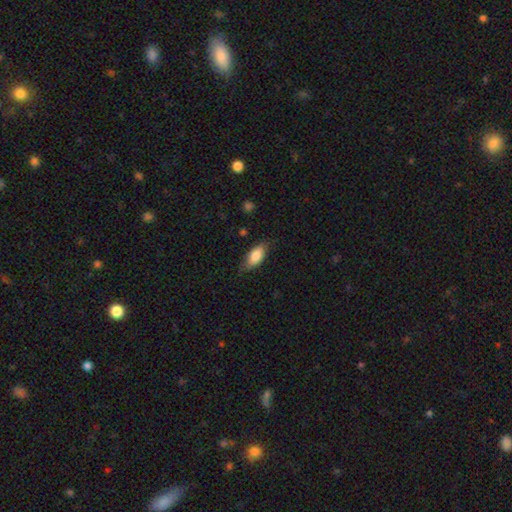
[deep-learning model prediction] This is likely a smooth galaxy (80%). How rounded: clearly in between (85%). Merging: likely none (72%).